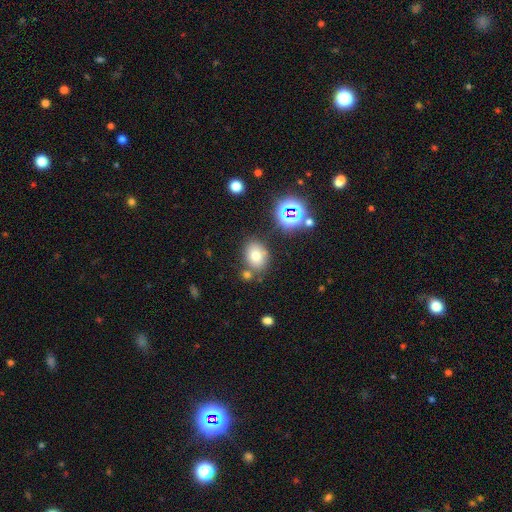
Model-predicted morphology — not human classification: Smooth or featured: smooth — 71% (star or artifact — 17%)
How rounded: in between — 60% (round — 39%)
Merging: none — 72% (minor disturbance — 13%)